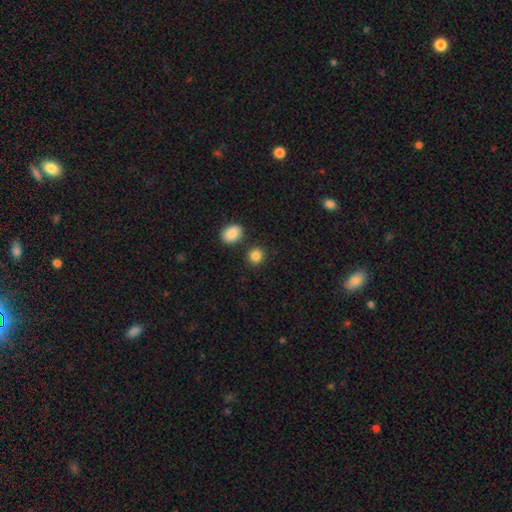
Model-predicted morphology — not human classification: This appears to be a smooth galaxy with no disk features (86%) that is round (82%). Merging: none (84%).